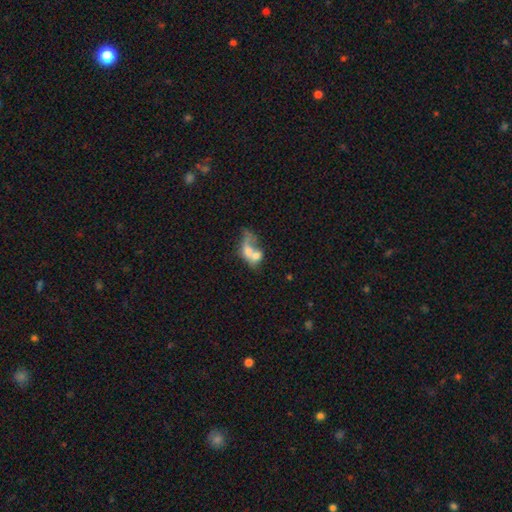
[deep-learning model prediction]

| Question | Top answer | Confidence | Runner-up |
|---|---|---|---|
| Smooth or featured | smooth | 53% | featured or disk (36%) |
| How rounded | in between | 71% | round (23%) |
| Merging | merger | 63% | major disturbance (18%) |